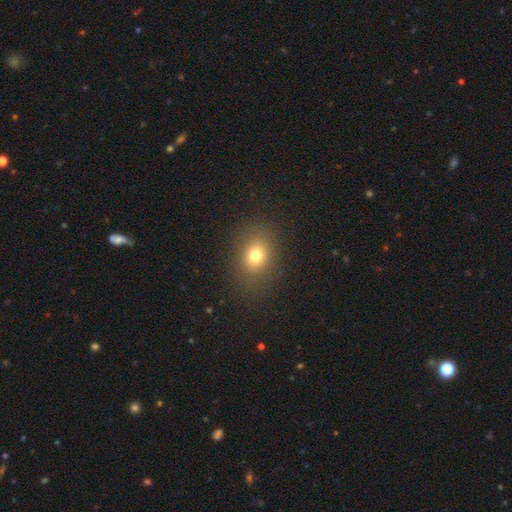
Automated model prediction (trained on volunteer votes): Smooth or featured? Predicted: smooth (p=0.74). How rounded? Predicted: in between (p=0.56). Merging? Predicted: none (p=0.83).